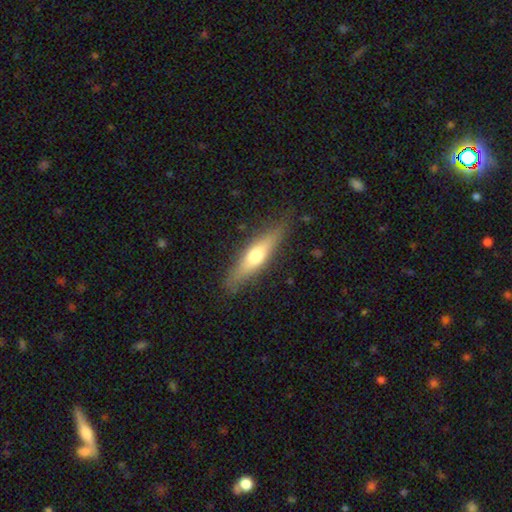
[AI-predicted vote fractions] Morphology: type=smooth (52%); roundness=cigar-shaped (75%); merging=none (82%).